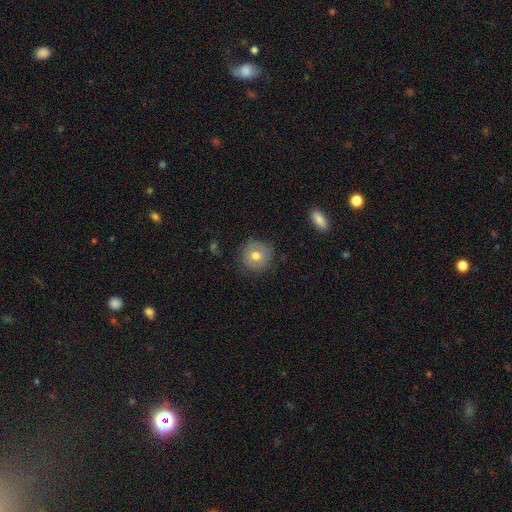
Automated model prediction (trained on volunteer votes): A smooth galaxy with no disk features (69%) that is round (92%). Merging: none (80%).